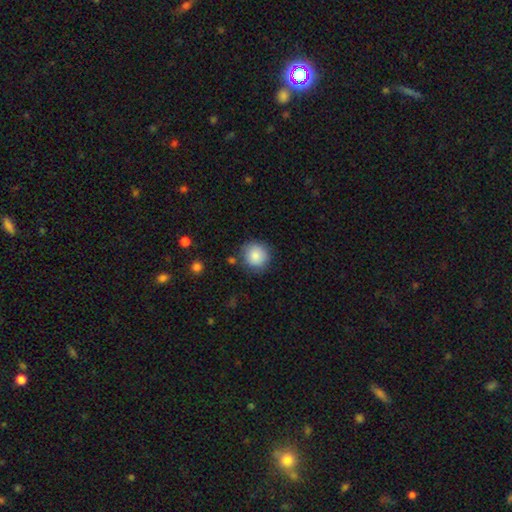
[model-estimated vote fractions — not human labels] Smooth or featured: smooth — 86% (star or artifact — 8%)
How rounded: round — 91% (in between — 8%)
Merging: none — 82% (minor disturbance — 12%)